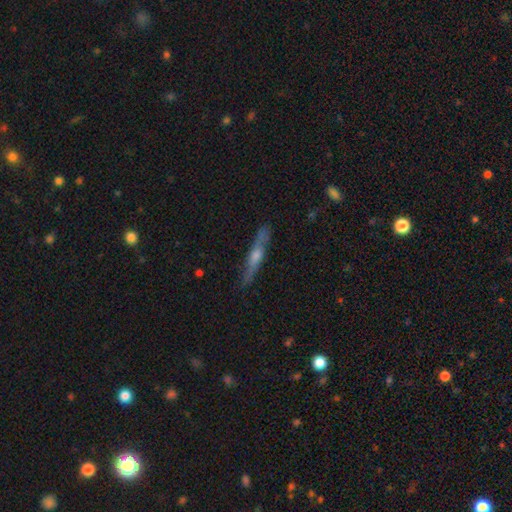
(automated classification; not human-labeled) Smooth or featured? Predicted: featured or disk (p=0.65). Edge-on disk? Predicted: yes (p=0.92). Edge-on bulge? Predicted: rounded (p=0.78). Merging? Predicted: none (p=0.83).